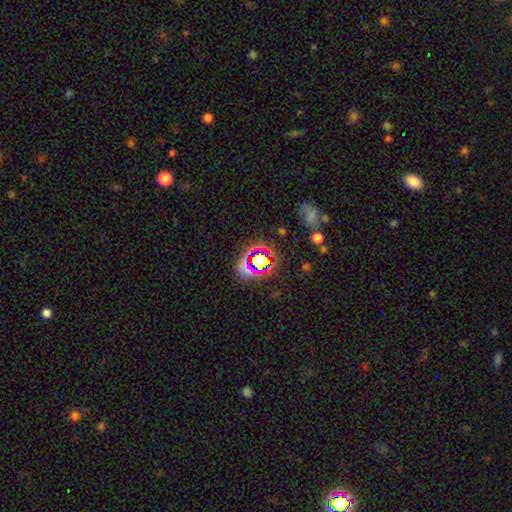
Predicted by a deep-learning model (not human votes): Overall: star or artifact (55%; smooth 33%).